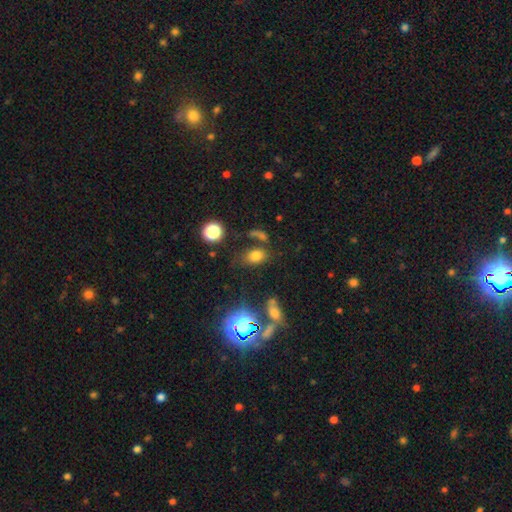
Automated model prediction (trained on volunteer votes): Smooth or featured? Predicted: smooth (p=0.71). How rounded? Predicted: in between (p=0.75). Merging? Predicted: none (p=0.66).